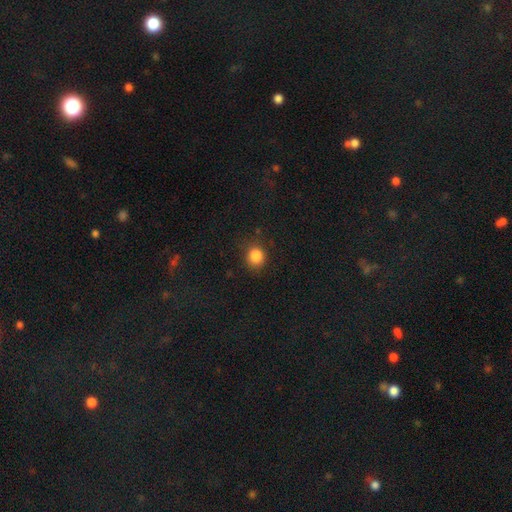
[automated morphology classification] smooth-or-featured: smooth: 84% | star or artifact: 12% | featured or disk: 4%
  how-rounded: round: 81% | in between: 18% | cigar-shaped: 1%
  merging: none: 83% | minor disturbance: 12% | major disturbance: 4% | merger: 1%